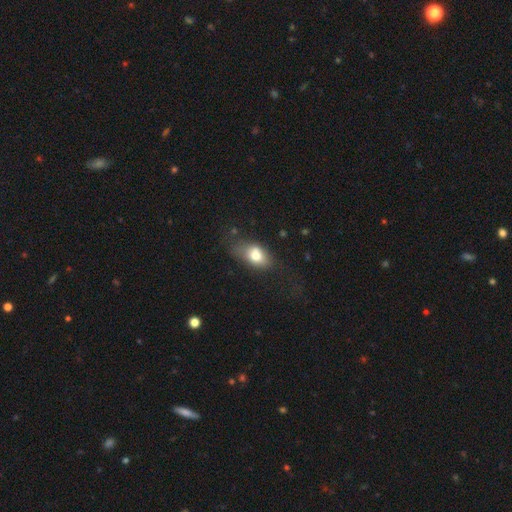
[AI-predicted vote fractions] A smooth galaxy with no disk features (73%) that is in between round and cigar-shaped (83%). Merging: none (49%).